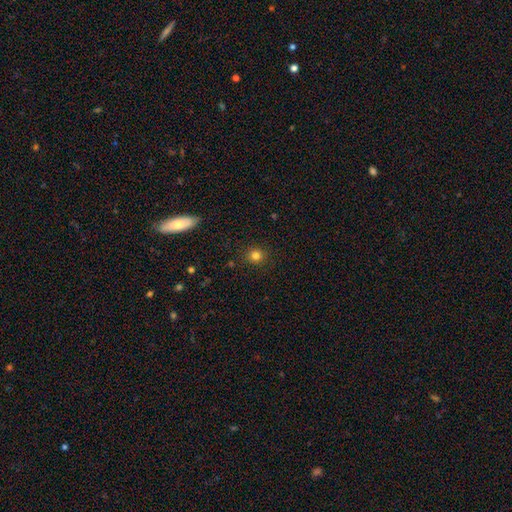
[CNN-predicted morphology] smooth 81%, star or artifact 14%, featured or disk 5%. Down the decision tree: how rounded — round (90%); merging — none (90%).